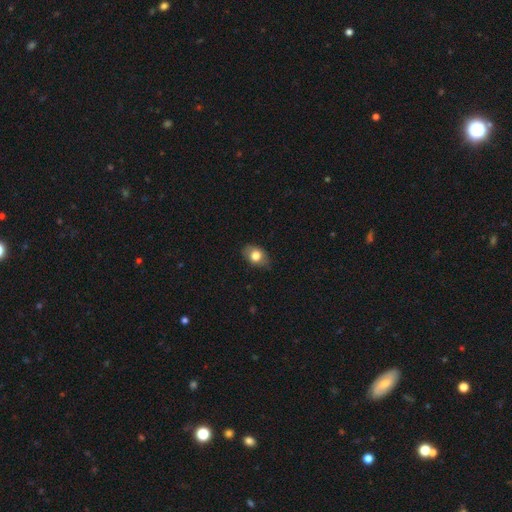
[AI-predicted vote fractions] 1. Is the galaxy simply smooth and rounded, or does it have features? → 77% smooth, 15% featured or disk, 8% star or artifact.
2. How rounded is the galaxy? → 74% in between, 25% round, 1% cigar-shaped.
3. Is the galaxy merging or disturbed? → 76% none, 19% minor disturbance, 4% major disturbance, 1% merger.